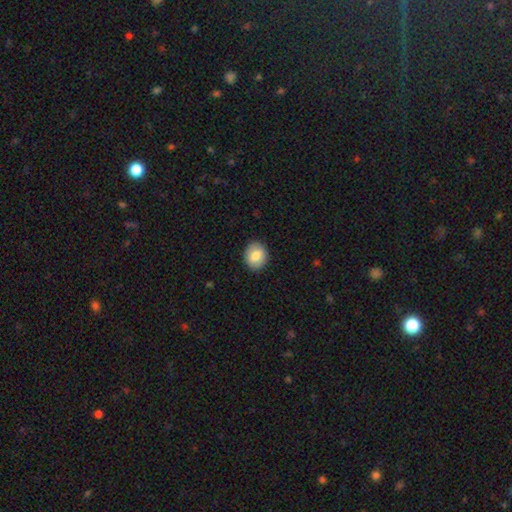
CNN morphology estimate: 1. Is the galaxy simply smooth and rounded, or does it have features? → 80% smooth, 13% featured or disk, 7% star or artifact.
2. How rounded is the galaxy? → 60% round, 39% in between, 1% cigar-shaped.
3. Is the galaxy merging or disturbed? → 89% none, 8% minor disturbance, 2% major disturbance, 1% merger.